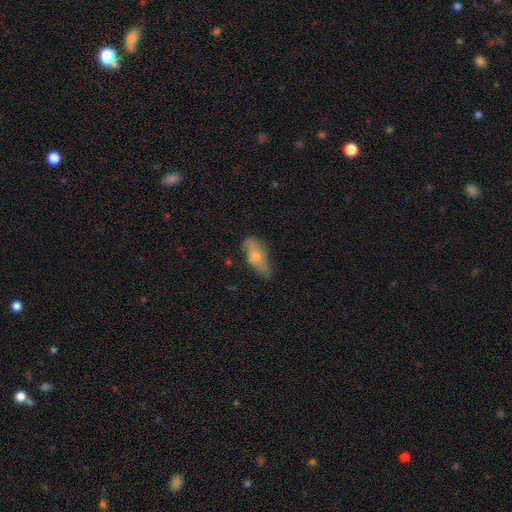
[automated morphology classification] Smooth or featured? smooth (68%)
How rounded? in between (82%)
Merging? none (45%)